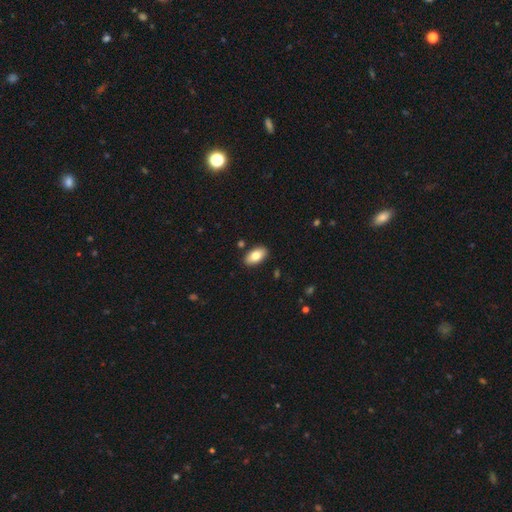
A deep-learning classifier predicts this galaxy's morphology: A smooth galaxy with no disk features (79%) that is in between round and cigar-shaped (94%). Merging: none (88%).